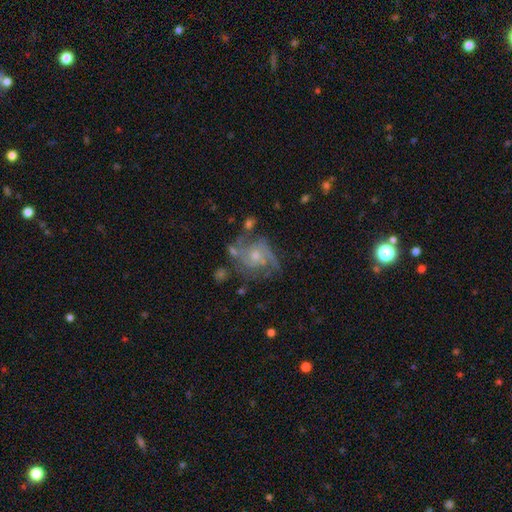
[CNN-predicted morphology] Smooth or featured: featured or disk — 79% (star or artifact — 11%)
Edge-on disk: no — 98% (yes — 2%)
Bar: no — 72% (weak — 23%)
Spiral arms: yes — 91% (no — 9%)
Spiral winding: medium — 48% (tight — 32%)
Spiral arm count: 2 — 36% (can't tell — 24%)
Bulge size: small — 53% (moderate — 40%)
Merging: none — 58% (minor disturbance — 20%)